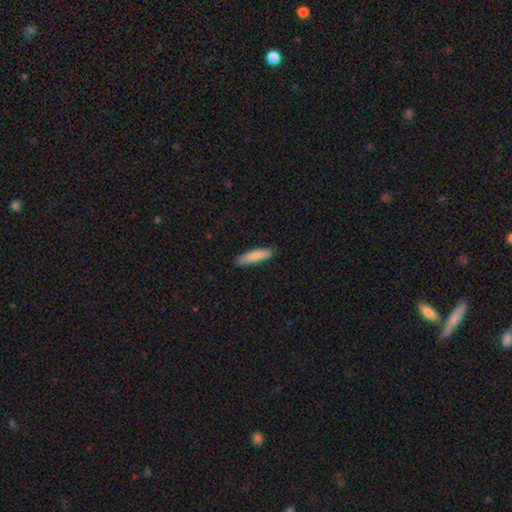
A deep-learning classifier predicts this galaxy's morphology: This appears to be a smooth galaxy with no disk features (85%) that is cigar-shaped (81%). Merging: none (87%).